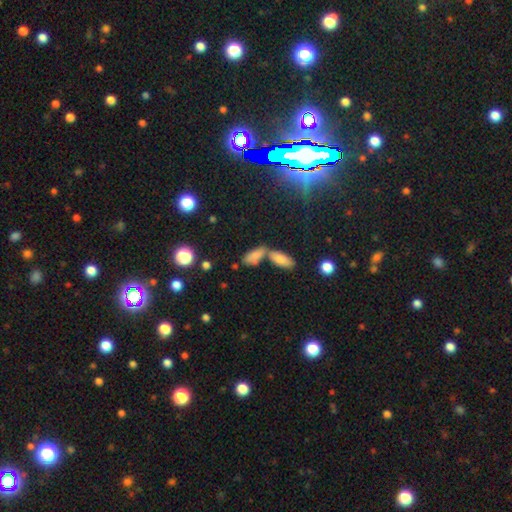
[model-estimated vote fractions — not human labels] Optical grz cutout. It shows a smooth galaxy with no disk features (76%) that is in between round and cigar-shaped (76%). Merging: merger (46%).